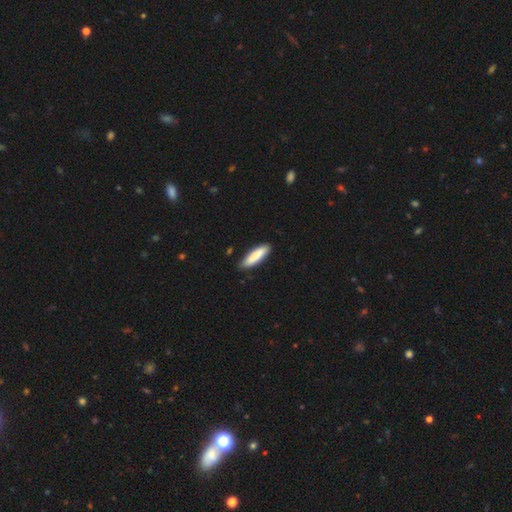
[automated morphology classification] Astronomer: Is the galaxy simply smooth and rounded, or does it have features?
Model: smooth — 80%.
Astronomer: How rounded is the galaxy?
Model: cigar-shaped — 68%.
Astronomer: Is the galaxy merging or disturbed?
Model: none — 87%.